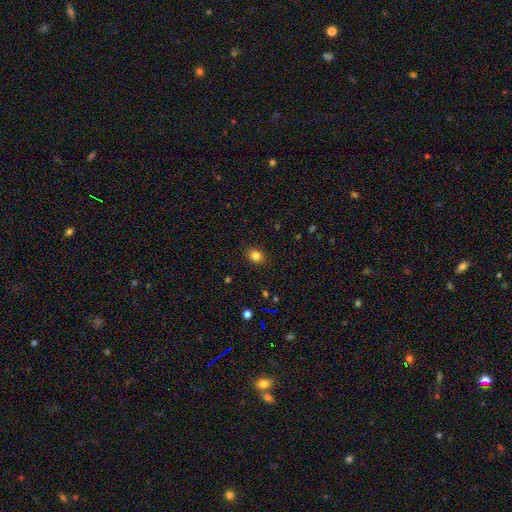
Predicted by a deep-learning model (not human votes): smooth-or-featured: smooth: 83% | star or artifact: 12% | featured or disk: 5%
  how-rounded: round: 60% | in between: 39% | cigar-shaped: 1%
  merging: none: 89% | minor disturbance: 8% | major disturbance: 2% | merger: 1%